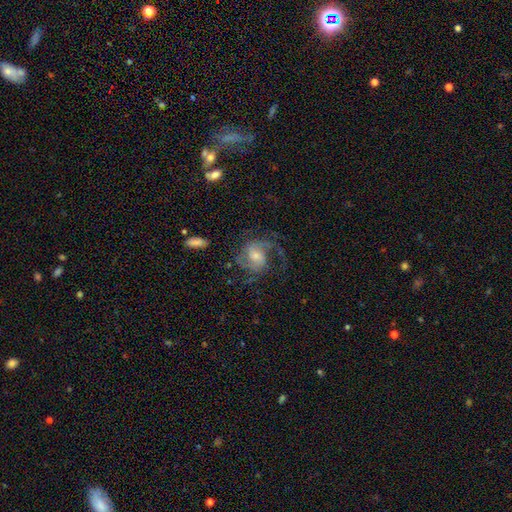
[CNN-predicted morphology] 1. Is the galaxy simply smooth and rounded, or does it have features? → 81% featured or disk, 12% smooth, 6% star or artifact.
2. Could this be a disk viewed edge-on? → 98% no, 2% yes.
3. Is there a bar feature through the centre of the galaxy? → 49% no, 43% weak, 8% strong.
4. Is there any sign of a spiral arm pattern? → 94% yes, 6% no.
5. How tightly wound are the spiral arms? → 50% medium, 30% loose, 20% tight.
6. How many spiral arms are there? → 52% 2, 15% 3, 15% can't tell, 10% 1, 4% 4, 4% more than 4.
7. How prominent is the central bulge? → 47% small, 41% moderate, 7% large, 5% none, 1% dominant.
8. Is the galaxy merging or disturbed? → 56% none, 26% major disturbance, 16% minor disturbance, 2% merger.